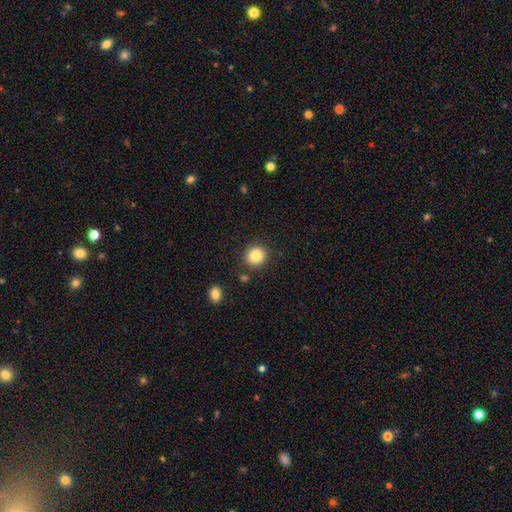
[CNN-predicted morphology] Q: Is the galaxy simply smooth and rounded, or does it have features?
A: smooth — 84%.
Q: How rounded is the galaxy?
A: round — 90%.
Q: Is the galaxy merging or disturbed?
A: none — 87%.